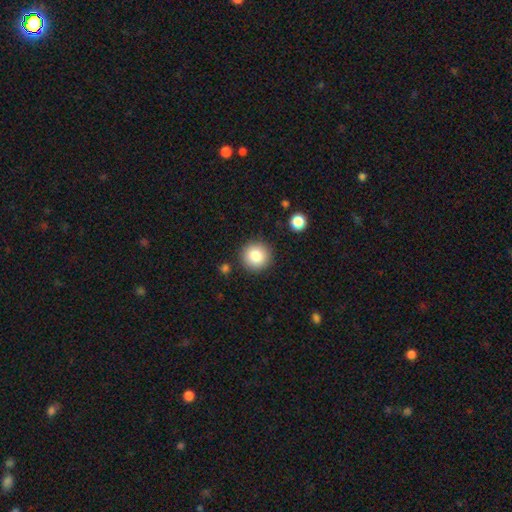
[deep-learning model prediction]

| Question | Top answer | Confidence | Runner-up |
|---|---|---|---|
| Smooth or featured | smooth | 85% | star or artifact (9%) |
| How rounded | round | 95% | in between (4%) |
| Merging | none | 89% | minor disturbance (7%) |